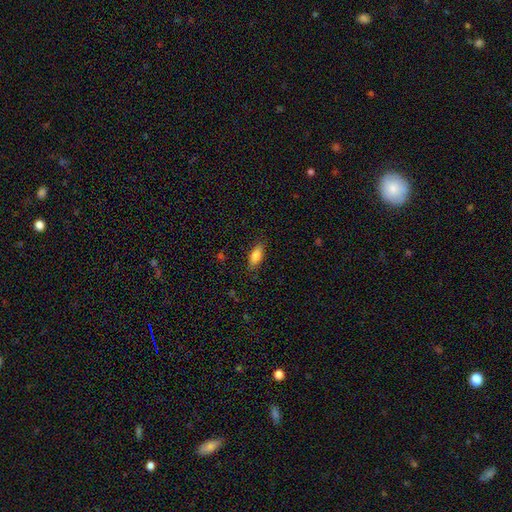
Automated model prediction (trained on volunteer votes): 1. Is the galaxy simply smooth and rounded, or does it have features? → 82% smooth, 10% featured or disk, 7% star or artifact.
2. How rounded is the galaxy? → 75% in between, 23% cigar-shaped, 2% round.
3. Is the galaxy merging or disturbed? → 84% none, 12% minor disturbance, 3% major disturbance, 1% merger.